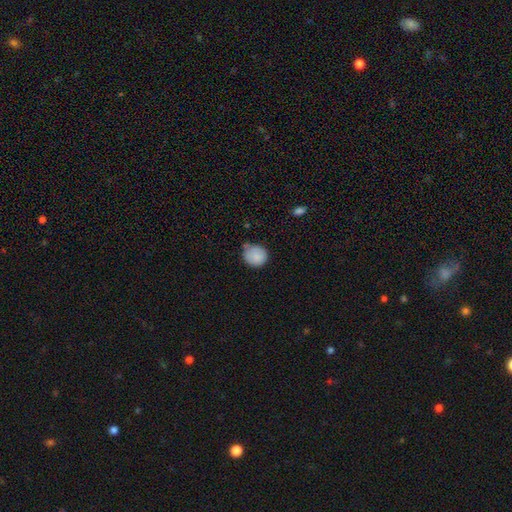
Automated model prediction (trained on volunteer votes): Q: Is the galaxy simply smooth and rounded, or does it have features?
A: smooth — 87%.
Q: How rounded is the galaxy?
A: round — 82%.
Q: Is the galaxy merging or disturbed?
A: none — 60%.